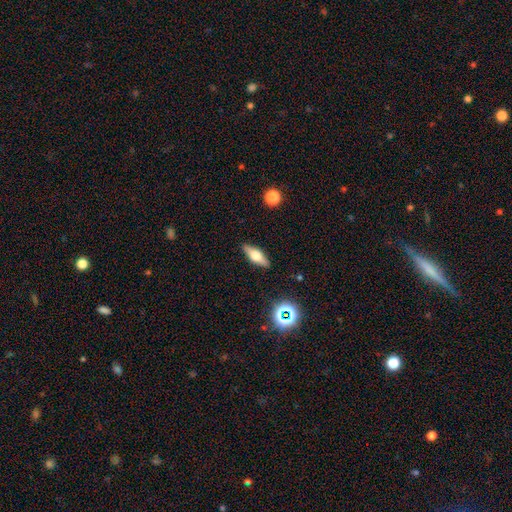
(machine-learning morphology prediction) Q: Smooth or featured?
A: smooth (47%); runner-up: featured or disk (44%)
Q: Merging?
A: none (88%); runner-up: minor disturbance (9%)